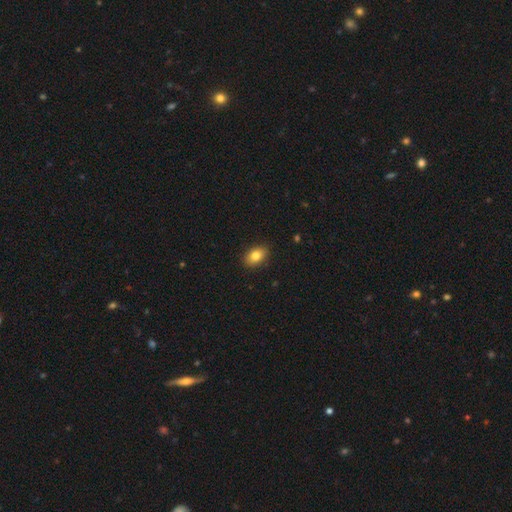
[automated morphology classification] Smooth or featured: smooth — 82% (featured or disk — 9%)
How rounded: in between — 82% (round — 16%)
Merging: none — 88% (minor disturbance — 9%)